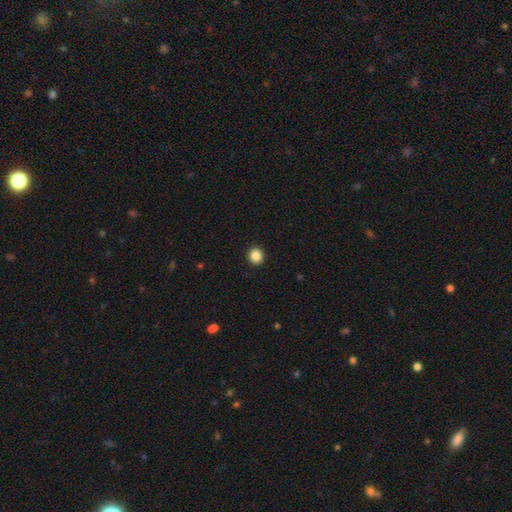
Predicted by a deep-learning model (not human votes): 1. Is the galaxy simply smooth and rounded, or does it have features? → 87% smooth, 10% star or artifact, 3% featured or disk.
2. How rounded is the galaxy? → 92% round, 7% in between, 1% cigar-shaped.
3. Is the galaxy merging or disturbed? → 93% none, 4% minor disturbance, 2% major disturbance, 1% merger.